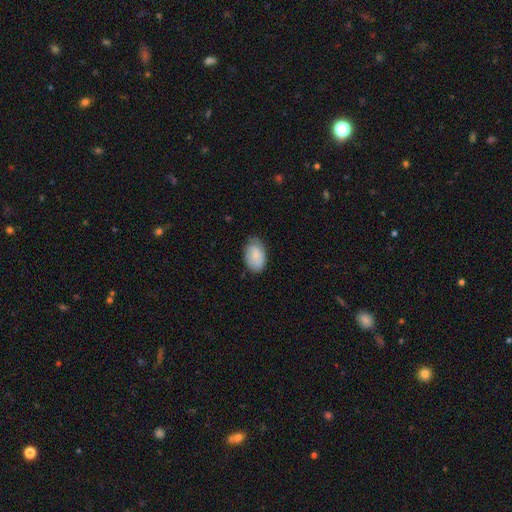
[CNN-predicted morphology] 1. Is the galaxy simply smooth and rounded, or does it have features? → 72% smooth, 21% featured or disk, 6% star or artifact.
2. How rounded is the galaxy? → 89% in between, 9% round, 1% cigar-shaped.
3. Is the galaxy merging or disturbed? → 63% none, 30% minor disturbance, 6% major disturbance, 1% merger.